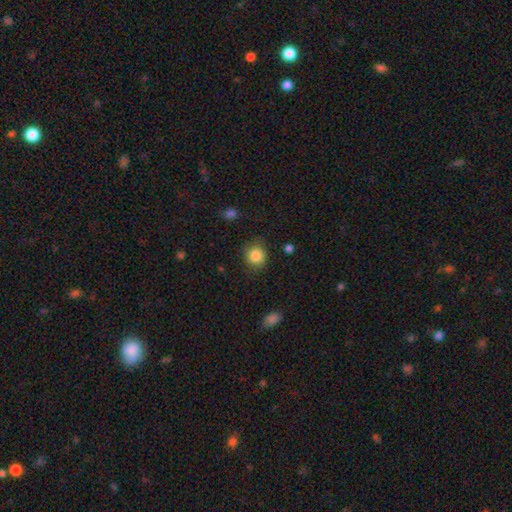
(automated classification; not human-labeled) Overall: smooth (85%). How rounded: round (84%). Merging: none (81%).